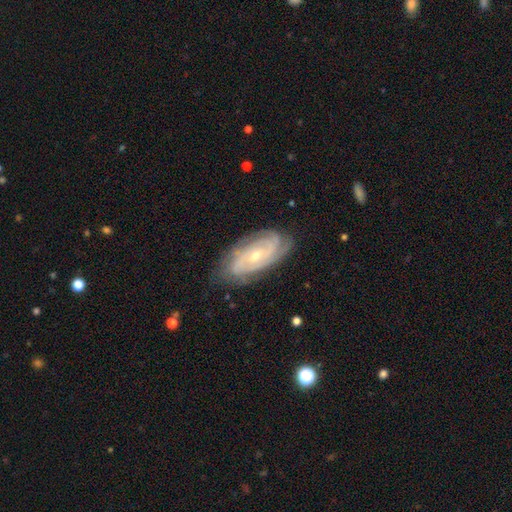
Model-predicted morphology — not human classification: Smooth or featured? featured or disk (85%)
Edge-on disk? no (94%)
Bar? no (64%)
Spiral arms? yes (96%)
Spiral winding? tight (72%)
Spiral arm count? 3 (27%)
Bulge size? small (56%)
Merging? none (79%)